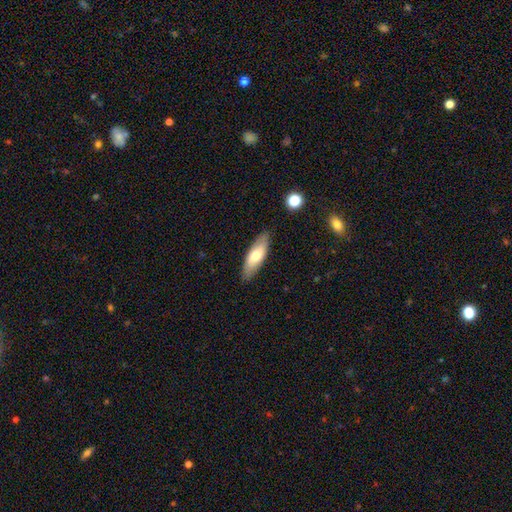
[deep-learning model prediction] A smooth galaxy with no disk features (64%) that is in between round and cigar-shaped (61%). Merging: none (86%).